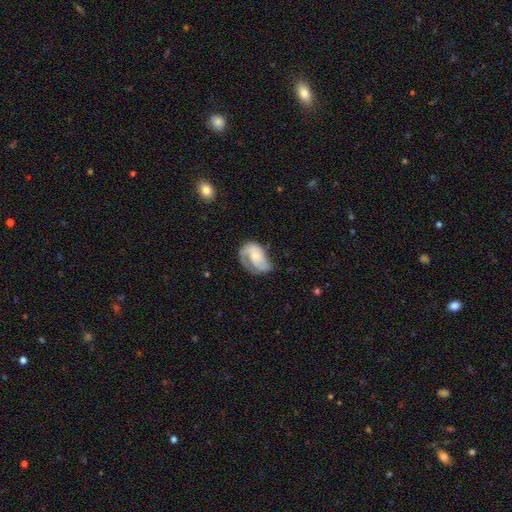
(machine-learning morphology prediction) The model was most divided on "spiral winding": medium: 42%, tight: 30%, loose: 28%. Remaining: edge-on disk — no (97%); spiral arms — yes (87%); smooth or featured — featured or disk (71%); bar — no (70%); spiral arm count — 2 (57%); bulge size — small (56%); merging — none (42%).